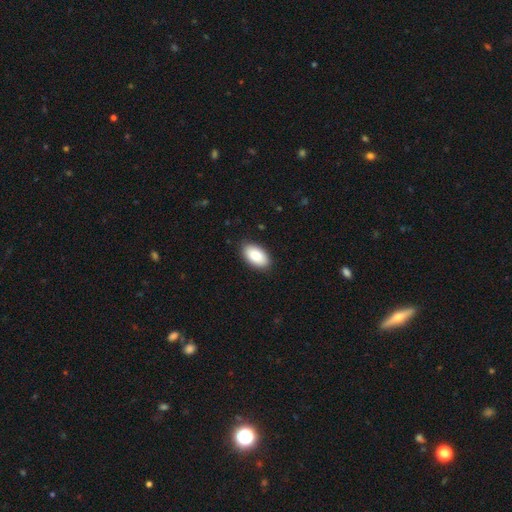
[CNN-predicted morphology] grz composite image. It shows a smooth galaxy with no disk features (87%) that is in between round and cigar-shaped (95%). Merging: none (88%).